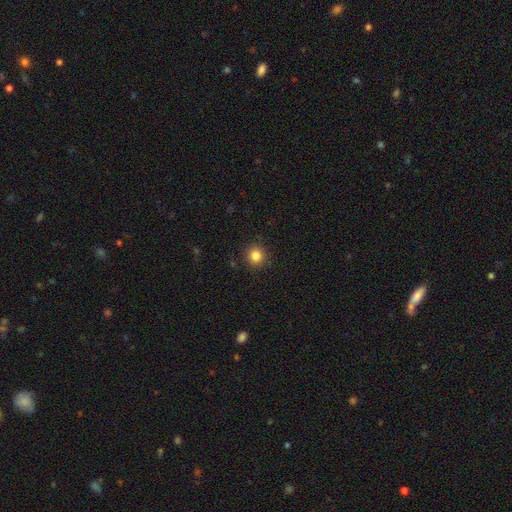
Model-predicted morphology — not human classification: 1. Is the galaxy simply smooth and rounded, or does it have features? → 84% smooth, 11% star or artifact, 5% featured or disk.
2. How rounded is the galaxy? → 92% round, 7% in between, 1% cigar-shaped.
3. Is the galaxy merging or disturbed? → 91% none, 6% minor disturbance, 2% major disturbance, 1% merger.